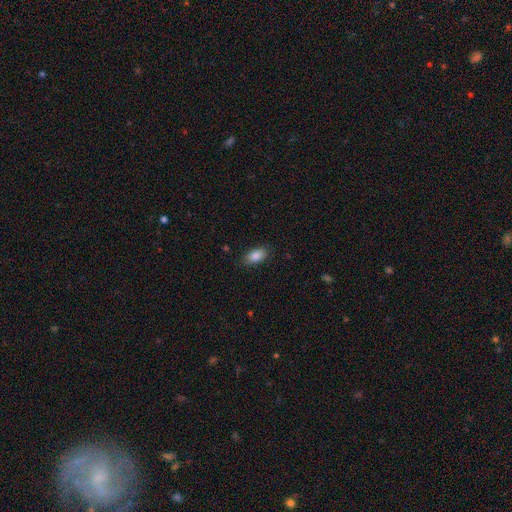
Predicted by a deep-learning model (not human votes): This is clearly a smooth galaxy (84%). How rounded: clearly in between (91%). Merging: clearly none (85%).